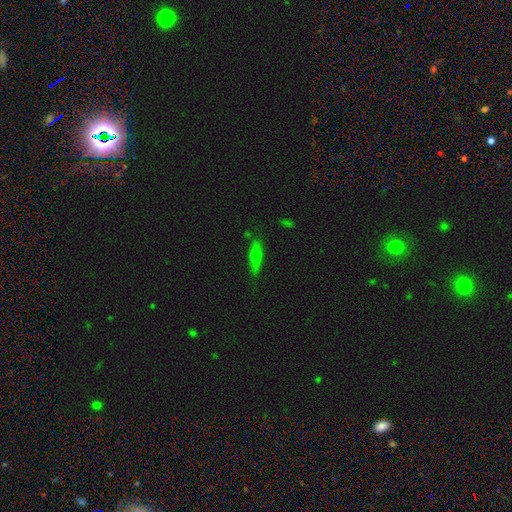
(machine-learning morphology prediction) smooth 52%, featured or disk 39%, star or artifact 9%. Down the decision tree: how rounded — cigar-shaped (57%); merging — none (80%).